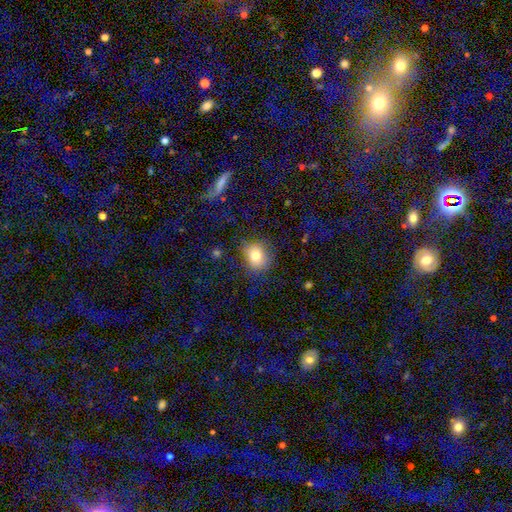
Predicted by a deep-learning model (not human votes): Smooth or featured? Predicted: smooth (p=0.79). How rounded? Predicted: round (p=0.64). Merging? Predicted: none (p=0.74).